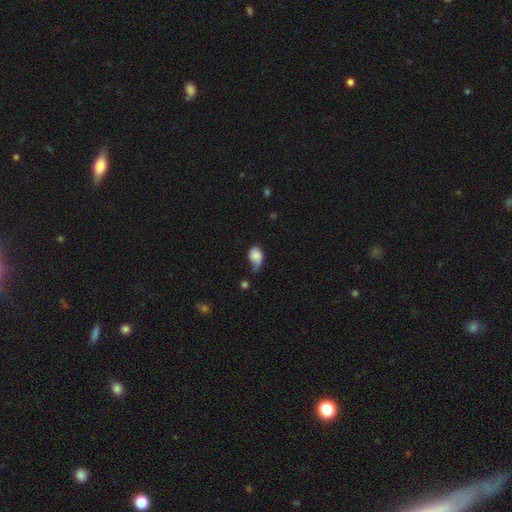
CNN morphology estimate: Smooth or featured?
  - smooth: 82% *
  - featured or disk: 10%
  - star or artifact: 8%
How rounded?
  - in between: 76% *
  - round: 22%
  - cigar-shaped: 1%
Merging?
  - minor disturbance: 42% *
  - none: 26%
  - major disturbance: 25%
  - merger: 7%